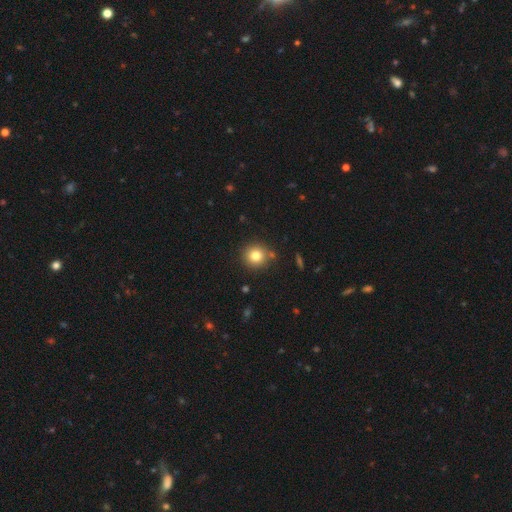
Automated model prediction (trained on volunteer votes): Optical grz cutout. It shows a smooth galaxy with no disk features (81%) that is round (93%). Merging: none (84%).